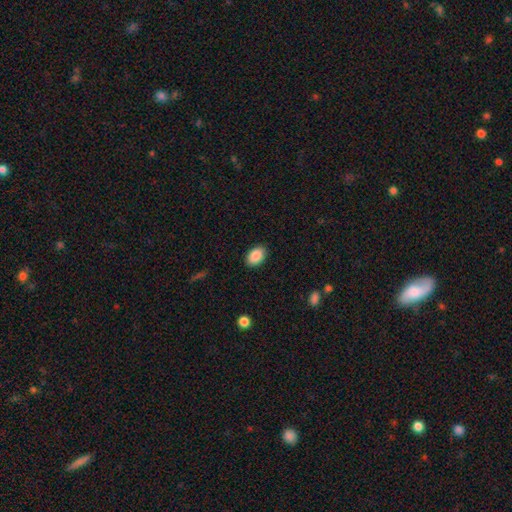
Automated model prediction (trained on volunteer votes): The model was most divided on "how rounded": in between: 85%, round: 14%, cigar-shaped: 1%. More confident: merging — none (89%); smooth or featured — smooth (89%).